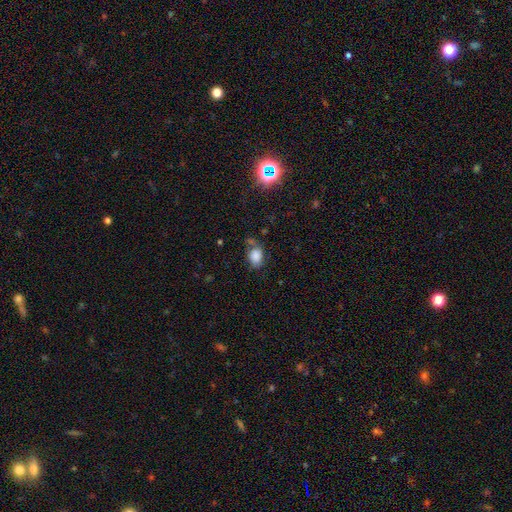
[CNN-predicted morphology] Overall: smooth (82%). How rounded: in between (72%). Merging: none (52%; minor disturbance 26%).